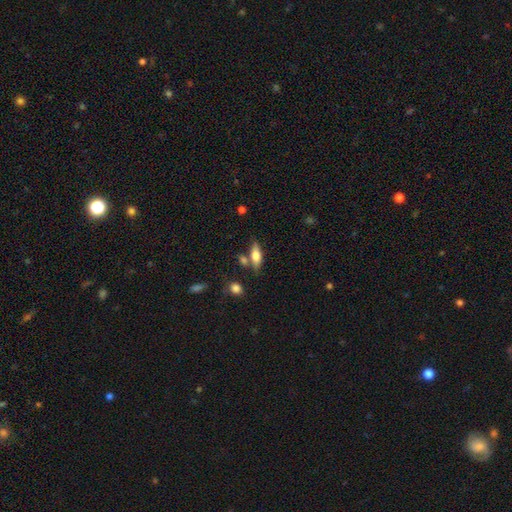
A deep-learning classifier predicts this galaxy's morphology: This is likely a smooth galaxy (72%). How rounded: likely in between (71%). Merging: likely none (65%).